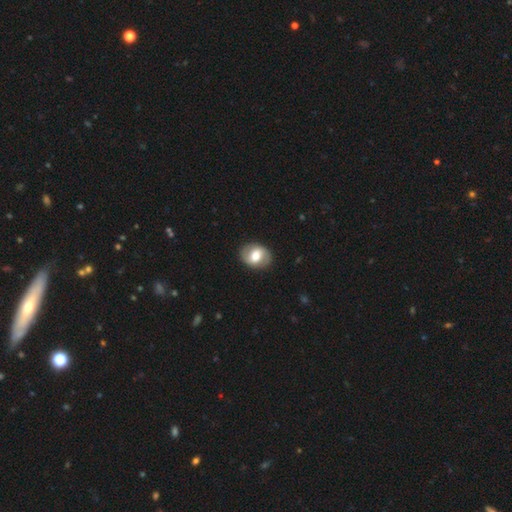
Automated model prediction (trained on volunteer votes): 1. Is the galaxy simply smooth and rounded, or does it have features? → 51% smooth, 42% featured or disk, 7% star or artifact.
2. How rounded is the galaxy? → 62% in between, 37% round, 1% cigar-shaped.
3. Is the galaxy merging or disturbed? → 87% none, 9% minor disturbance, 3% major disturbance, 1% merger.